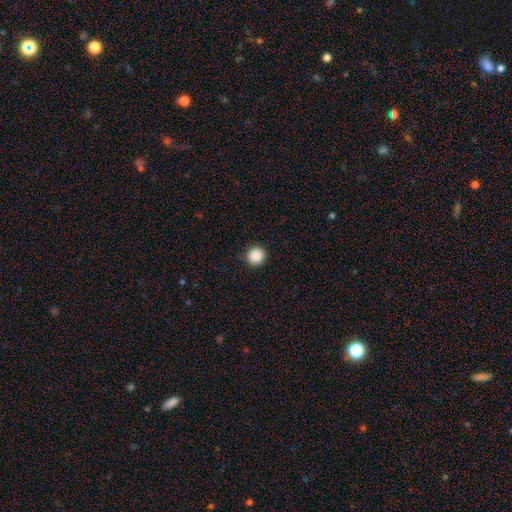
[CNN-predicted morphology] Overall: smooth (89%). How rounded: round (95%). Merging: none (91%).